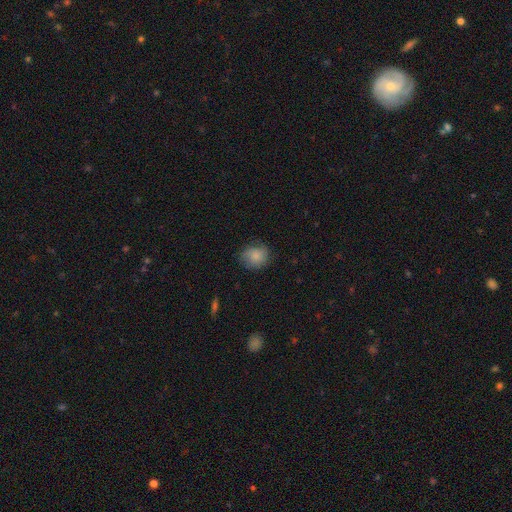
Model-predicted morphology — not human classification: Overall: smooth (81%). How rounded: round (77%). Merging: none (73%).